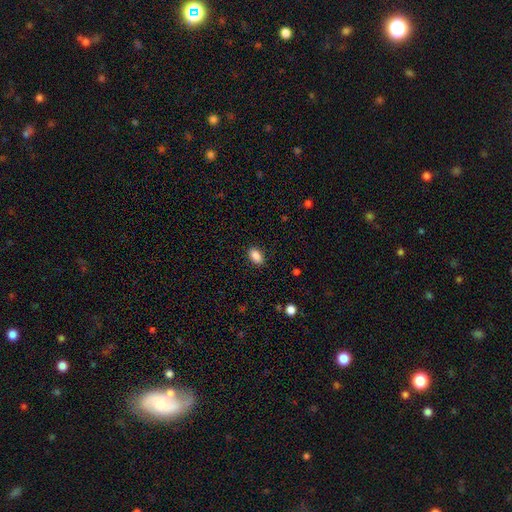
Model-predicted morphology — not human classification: smooth_or_featured: smooth (p=0.89) [alt: star or artifact p=0.08]
how_rounded: in between (p=0.89) [alt: round p=0.09]
merging: none (p=0.87) [alt: minor disturbance p=0.09]